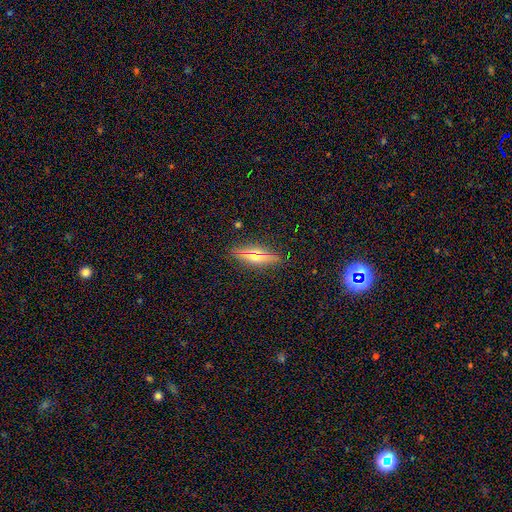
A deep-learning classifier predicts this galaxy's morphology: Smooth or featured: smooth — 49% (featured or disk — 36%)
Merging: none — 87% (minor disturbance — 9%)